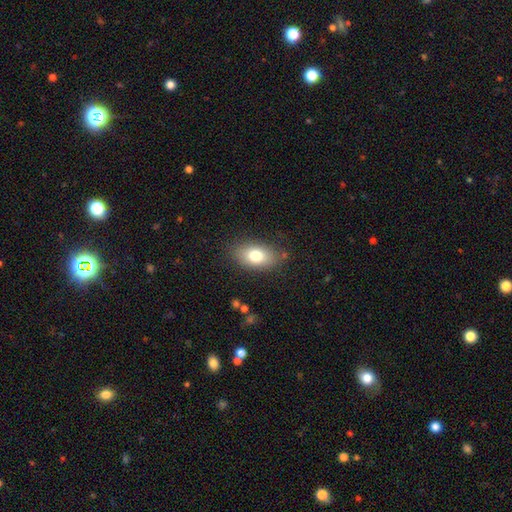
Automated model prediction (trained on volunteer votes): A smooth galaxy with no disk features (77%) that is in between round and cigar-shaped (88%). Merging: none (82%).